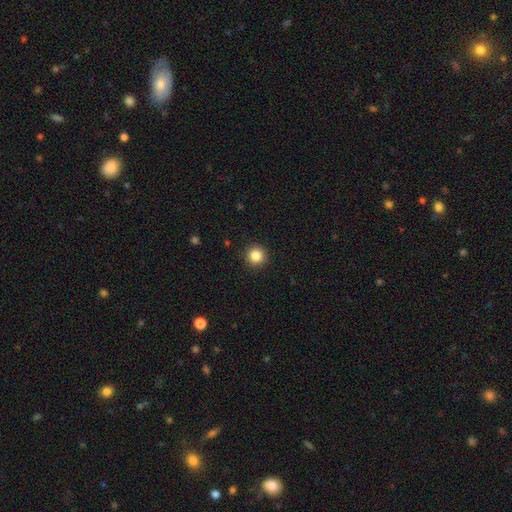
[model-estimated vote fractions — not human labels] Smooth or featured: smooth — 84% (star or artifact — 11%)
How rounded: round — 95% (in between — 4%)
Merging: none — 92% (minor disturbance — 5%)